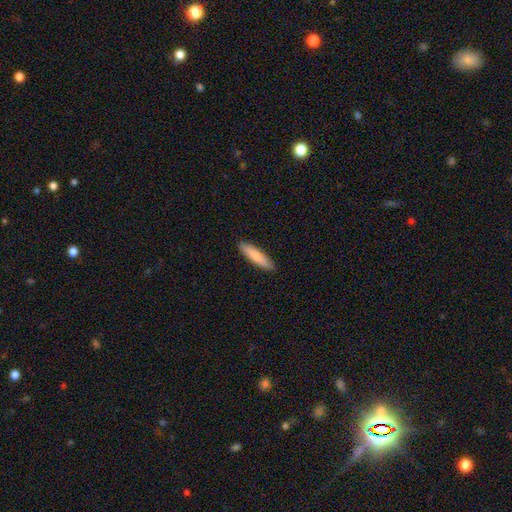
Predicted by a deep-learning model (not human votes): Overall: smooth (82%). How rounded: cigar-shaped (78%). Merging: none (90%).